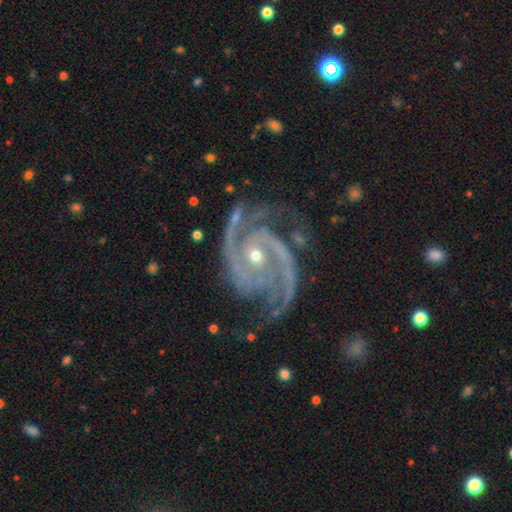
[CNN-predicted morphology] Smooth or featured?
  - featured or disk: 94% *
  - star or artifact: 4%
  - smooth: 2%
Edge-on disk?
  - no: 98% *
  - yes: 2%
Bar?
  - no: 66% *
  - weak: 23%
  - strong: 11%
Spiral arms?
  - yes: 99% *
  - no: 1%
Spiral winding?
  - medium: 48% *
  - tight: 45%
  - loose: 8%
Spiral arm count?
  - 2: 54% *
  - 3: 26%
  - 4: 6%
  - can't tell: 6%
  - more than 4: 4%
  - 1: 4%
Bulge size?
  - small: 61% *
  - moderate: 36%
  - large: 1%
  - none: 1%
  - dominant: 1%
Merging?
  - none: 66% *
  - minor disturbance: 21%
  - major disturbance: 10%
  - merger: 2%